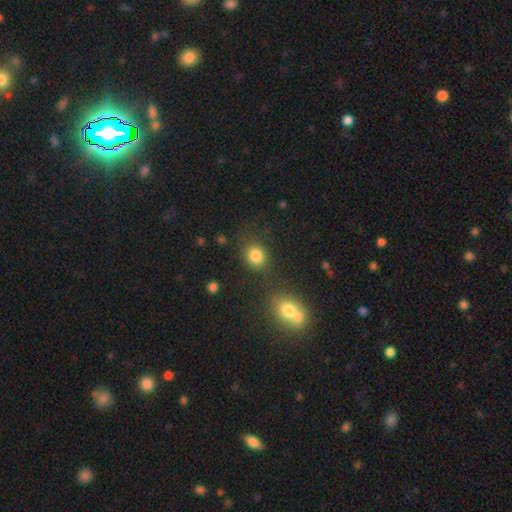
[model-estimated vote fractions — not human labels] Overall: smooth (83%). How rounded: round (66%; in between 33%). Merging: none (73%).